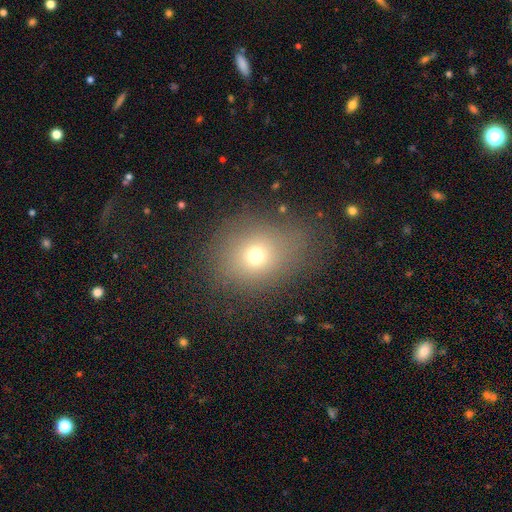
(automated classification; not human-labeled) Q: Smooth or featured?
A: smooth (68%); runner-up: star or artifact (18%)
Q: How rounded?
A: round (65%); runner-up: in between (34%)
Q: Merging?
A: none (75%); runner-up: minor disturbance (14%)